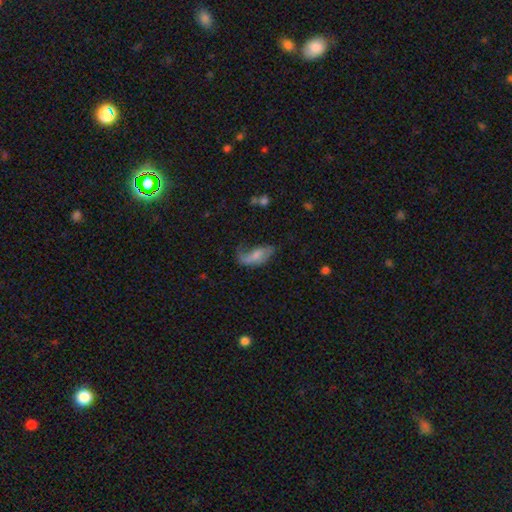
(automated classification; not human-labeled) A smooth galaxy with no disk features (50%) that is in between round and cigar-shaped (83%).

Vote fractions:
- Smooth or featured? smooth: 50% / featured or disk: 41% / star or artifact: 8%
- How rounded? in between: 83% / cigar-shaped: 13% / round: 4%
- Merging? major disturbance: 39% / none: 30% / minor disturbance: 27% / merger: 4%